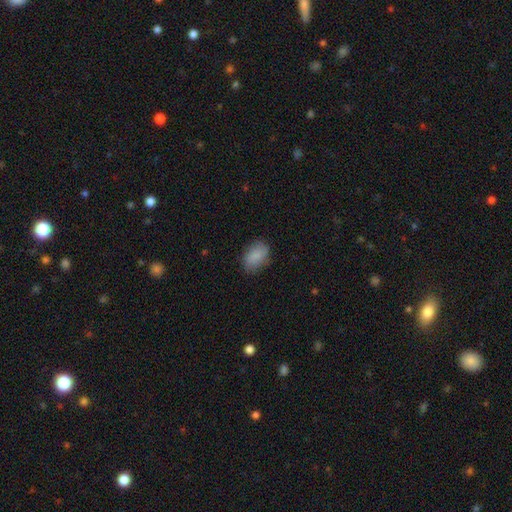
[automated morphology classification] Smooth or featured? smooth (87%)
How rounded? in between (85%)
Merging? none (78%)